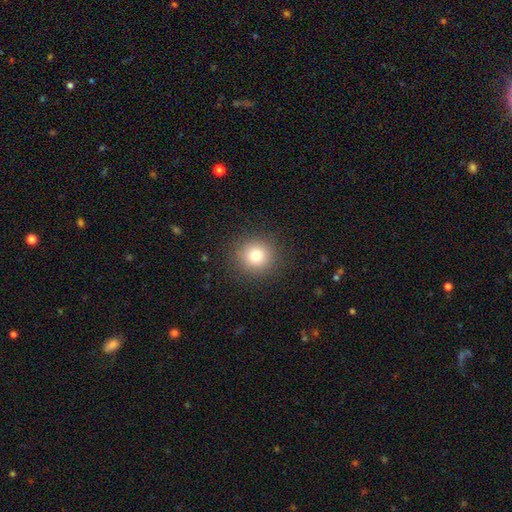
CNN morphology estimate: A smooth galaxy with no disk features (78%) that is round (93%).

Vote fractions:
- Smooth or featured? smooth: 78% / star or artifact: 13% / featured or disk: 9%
- How rounded? round: 93% / in between: 6% / cigar-shaped: 1%
- Merging? none: 90% / minor disturbance: 6% / major disturbance: 3% / merger: 1%